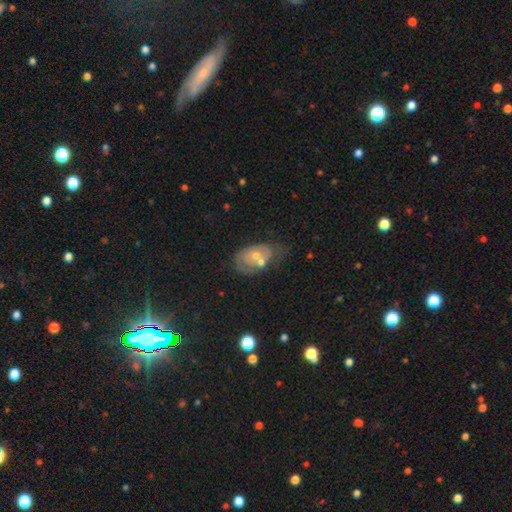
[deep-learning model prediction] smooth_or_featured: featured or disk (p=0.50) [alt: smooth p=0.33]
disk_edge_on: no (p=0.94) [alt: yes p=0.06]
merging: none (p=0.39) [alt: minor disturbance p=0.26]